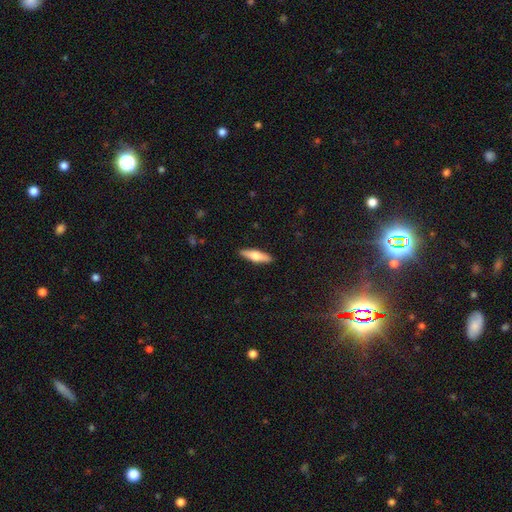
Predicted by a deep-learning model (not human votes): smooth_or_featured: smooth (p=0.54) [alt: featured or disk p=0.40]
how_rounded: cigar-shaped (p=0.68) [alt: in between p=0.30]
merging: none (p=0.90) [alt: minor disturbance p=0.07]